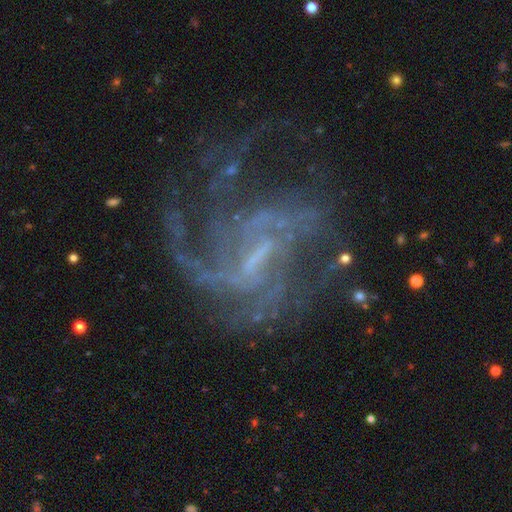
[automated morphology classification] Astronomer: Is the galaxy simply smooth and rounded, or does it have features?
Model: featured or disk — 85%.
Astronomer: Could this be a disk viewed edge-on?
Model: no — 98%.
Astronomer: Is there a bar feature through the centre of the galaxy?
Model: weak — 51%.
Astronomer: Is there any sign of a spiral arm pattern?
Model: yes — 92%.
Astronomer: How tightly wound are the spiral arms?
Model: medium — 44% (runner-up: loose, 34%).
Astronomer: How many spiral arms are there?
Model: can't tell — 28% (runner-up: 3, 22%).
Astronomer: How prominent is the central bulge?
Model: small — 46% (runner-up: none, 37%).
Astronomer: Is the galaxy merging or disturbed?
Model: none — 47% (runner-up: major disturbance, 34%).